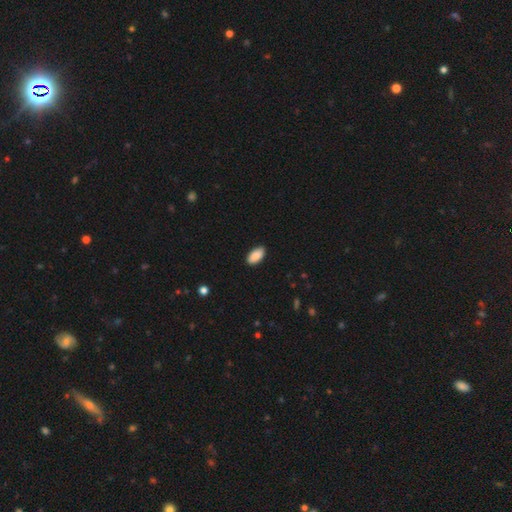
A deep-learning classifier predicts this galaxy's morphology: Smooth or featured: smooth — 90% (star or artifact — 6%)
How rounded: in between — 95% (cigar-shaped — 3%)
Merging: none — 88% (minor disturbance — 9%)